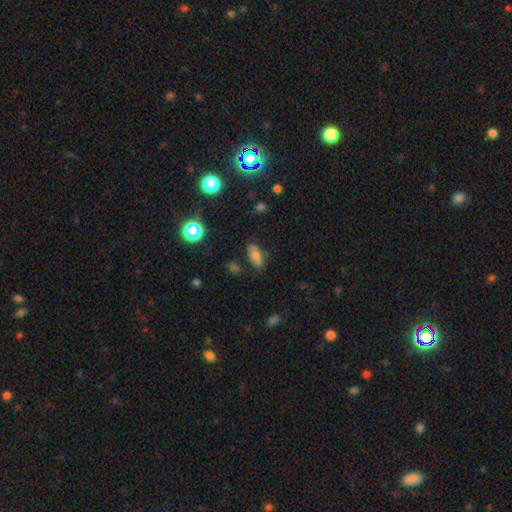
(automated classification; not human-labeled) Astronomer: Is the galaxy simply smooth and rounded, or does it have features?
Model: smooth — 70%.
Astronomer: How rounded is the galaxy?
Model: in between — 86%.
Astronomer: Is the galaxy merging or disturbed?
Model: none — 72%.